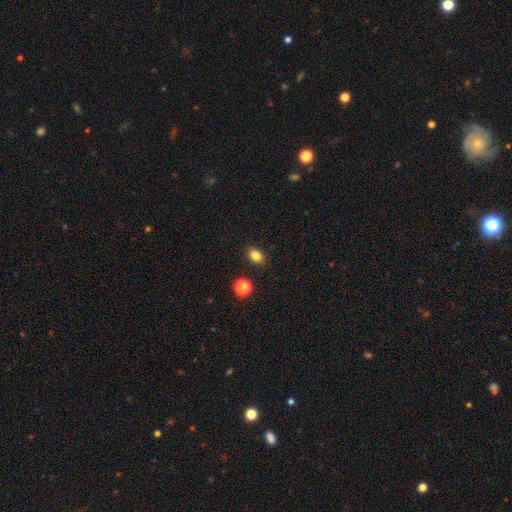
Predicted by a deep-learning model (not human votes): Smooth or featured: smooth — 83% (star or artifact — 11%)
How rounded: in between — 72% (round — 27%)
Merging: none — 88% (minor disturbance — 8%)